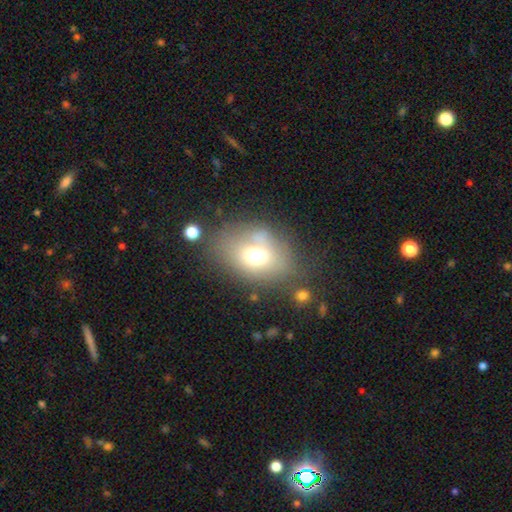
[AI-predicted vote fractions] Morphology: type=smooth (65%); roundness=in between (67%); merging=none (58%).